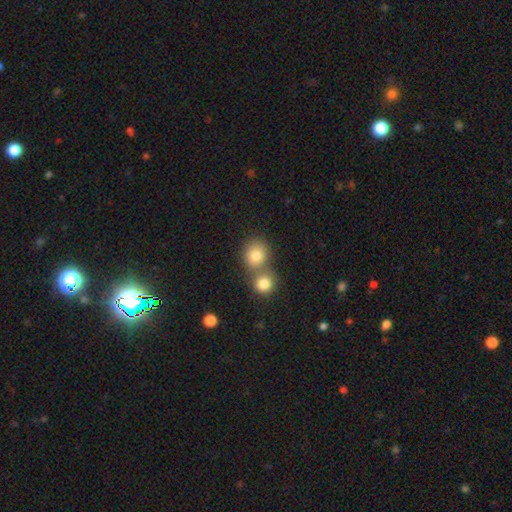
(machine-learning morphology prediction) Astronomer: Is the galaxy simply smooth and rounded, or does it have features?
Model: smooth — 81%.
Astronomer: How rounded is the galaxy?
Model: round — 80%.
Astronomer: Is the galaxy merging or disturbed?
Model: merger — 47% (runner-up: none, 43%).